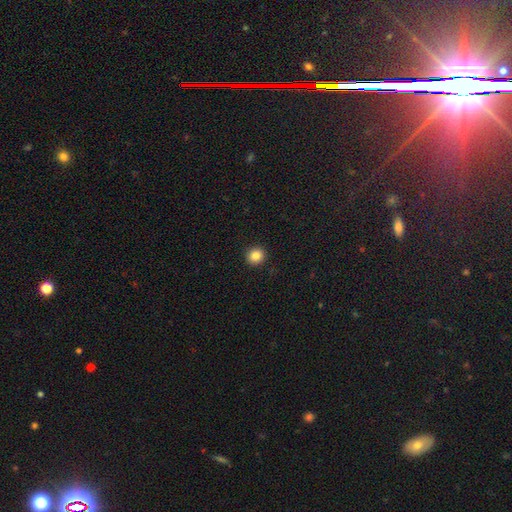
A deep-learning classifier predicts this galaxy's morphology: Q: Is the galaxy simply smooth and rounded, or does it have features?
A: smooth — 85%.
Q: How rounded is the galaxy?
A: round — 91%.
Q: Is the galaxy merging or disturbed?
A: none — 93%.